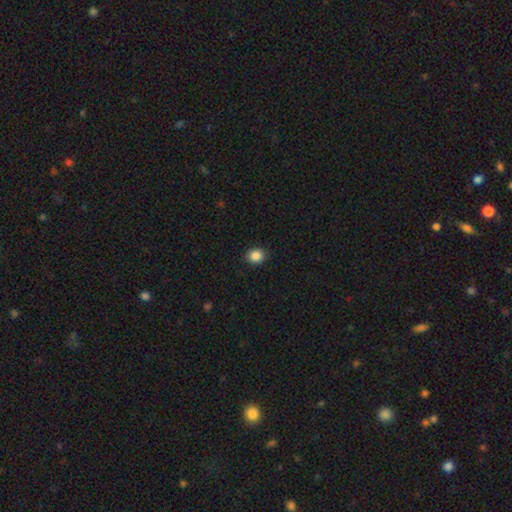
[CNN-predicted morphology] This appears to be a smooth galaxy with no disk features (87%) that is round (66%). Merging: none (90%).